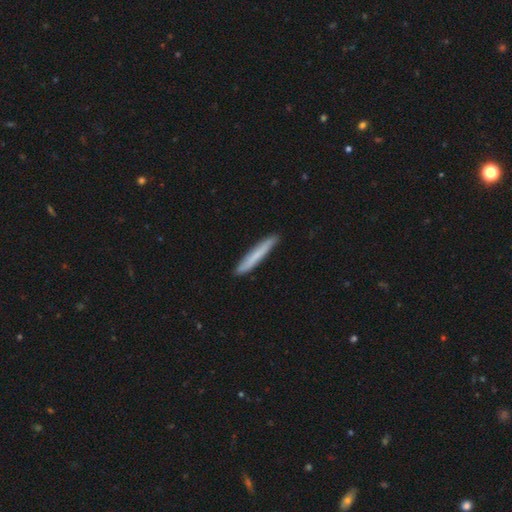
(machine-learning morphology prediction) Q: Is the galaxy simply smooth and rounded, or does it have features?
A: smooth — 72%.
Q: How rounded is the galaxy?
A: cigar-shaped — 96%.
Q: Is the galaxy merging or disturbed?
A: none — 91%.